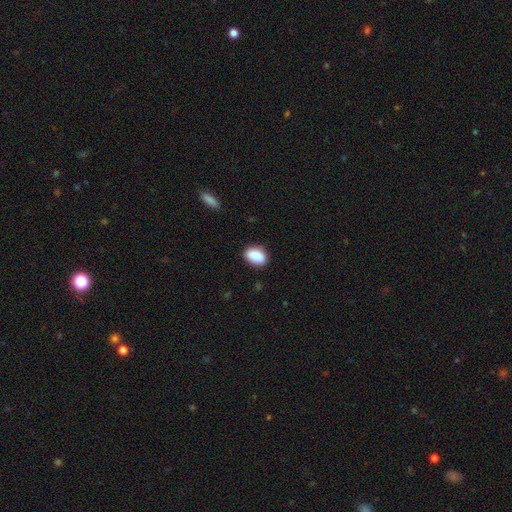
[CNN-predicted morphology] smooth 88%, star or artifact 7%, featured or disk 5%. Down the decision tree: how rounded — in between (86%); merging — none (84%).